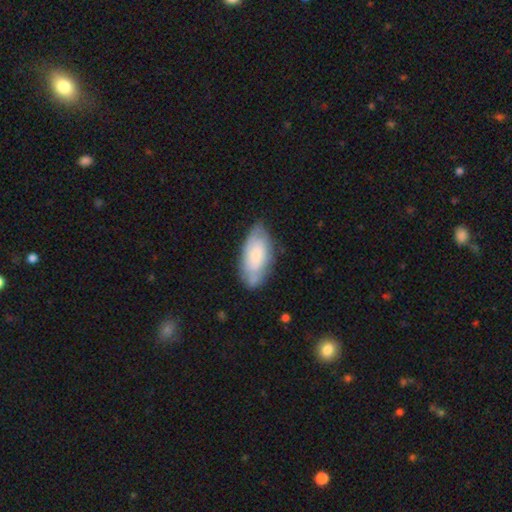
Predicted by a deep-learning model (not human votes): Smooth or featured?
  - smooth: 58% *
  - featured or disk: 36%
  - star or artifact: 6%
How rounded?
  - in between: 91% *
  - cigar-shaped: 6%
  - round: 3%
Merging?
  - none: 67% *
  - minor disturbance: 24%
  - major disturbance: 5%
  - merger: 4%